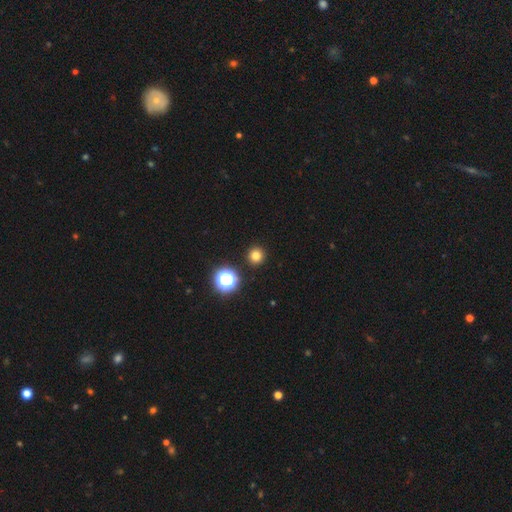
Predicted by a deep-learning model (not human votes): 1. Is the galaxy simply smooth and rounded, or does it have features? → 78% smooth, 17% star or artifact, 5% featured or disk.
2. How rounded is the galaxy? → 95% round, 4% in between, 1% cigar-shaped.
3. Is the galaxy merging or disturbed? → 93% none, 4% minor disturbance, 2% major disturbance, 2% merger.